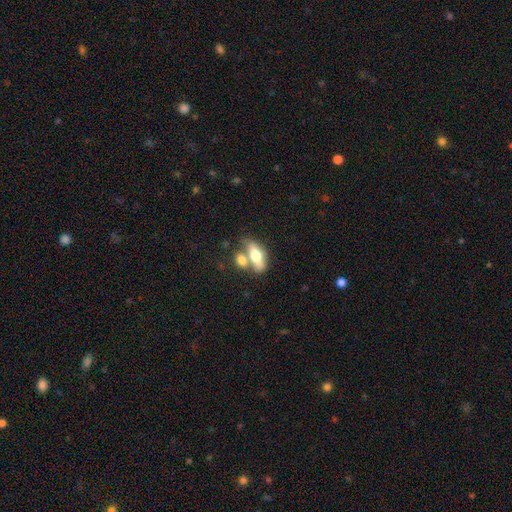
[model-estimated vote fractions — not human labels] Q: Smooth or featured?
A: smooth (62%); runner-up: featured or disk (31%)
Q: How rounded?
A: in between (77%); runner-up: cigar-shaped (16%)
Q: Merging?
A: merger (47%); runner-up: none (35%)